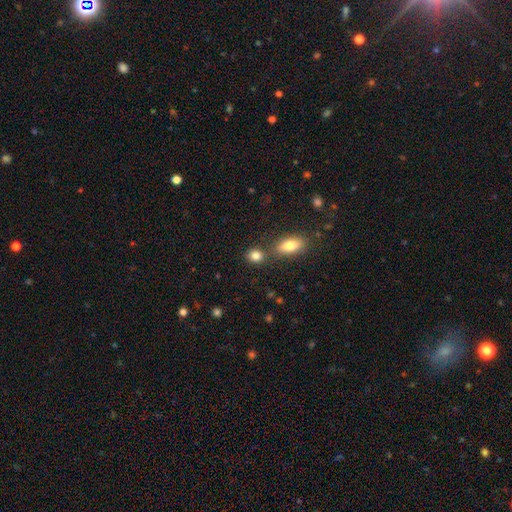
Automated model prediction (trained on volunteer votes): A smooth galaxy with no disk features (84%) that is round (59%). Merging: none (67%).